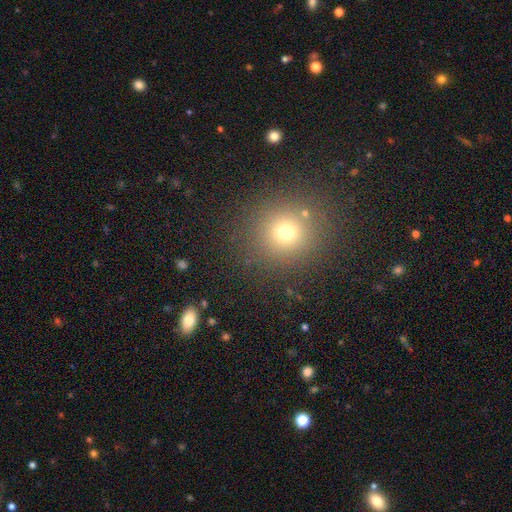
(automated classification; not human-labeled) The model was most divided on "smooth or featured": smooth: 59%, star or artifact: 34%, featured or disk: 7%. More confident: merging — none (90%); how rounded — round (86%).